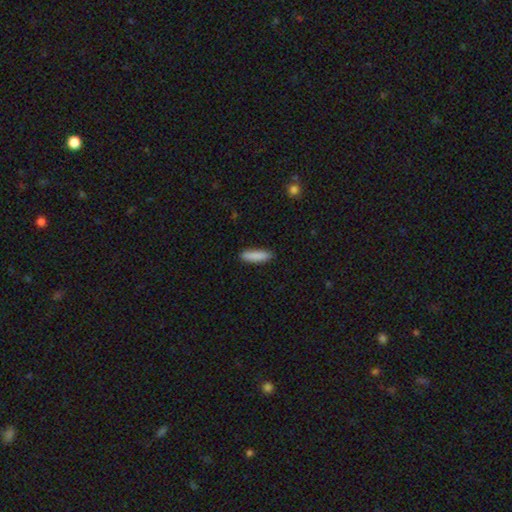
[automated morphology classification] Smooth or featured? Predicted: smooth (p=0.89). How rounded? Predicted: cigar-shaped (p=0.68). Merging? Predicted: none (p=0.89).